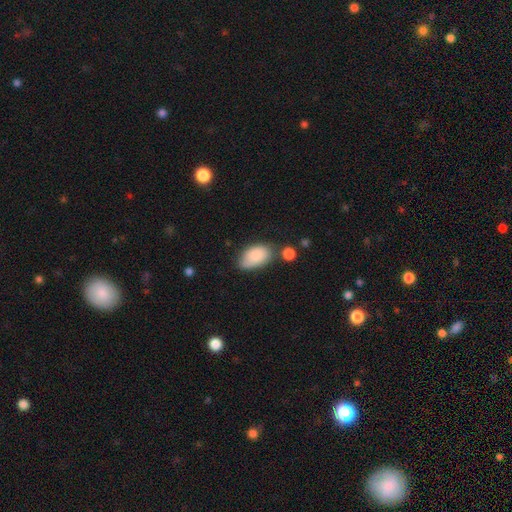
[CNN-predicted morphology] Smooth or featured?
  - smooth: 85% *
  - featured or disk: 8%
  - star or artifact: 7%
How rounded?
  - in between: 94% *
  - round: 5%
  - cigar-shaped: 2%
Merging?
  - none: 55% *
  - minor disturbance: 27%
  - merger: 12%
  - major disturbance: 7%